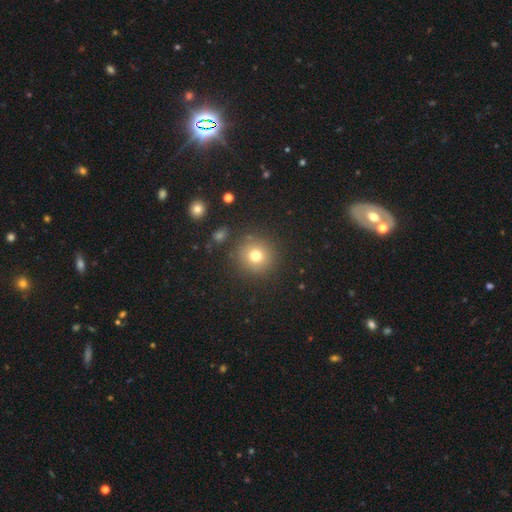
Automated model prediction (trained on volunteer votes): The model was most divided on "smooth or featured": smooth: 75%, star or artifact: 15%, featured or disk: 10%. More confident: how rounded — round (93%); merging — none (87%).